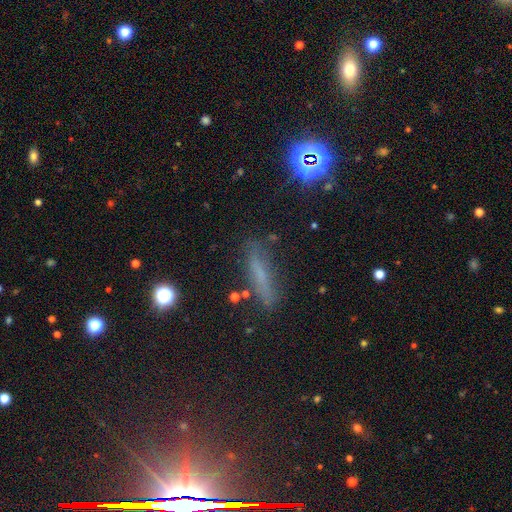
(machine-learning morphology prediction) smooth-or-featured: smooth: 53% | featured or disk: 27% | star or artifact: 20%
  how-rounded: cigar-shaped: 82% | in between: 15% | round: 3%
  merging: none: 78% | minor disturbance: 15% | major disturbance: 4% | merger: 3%